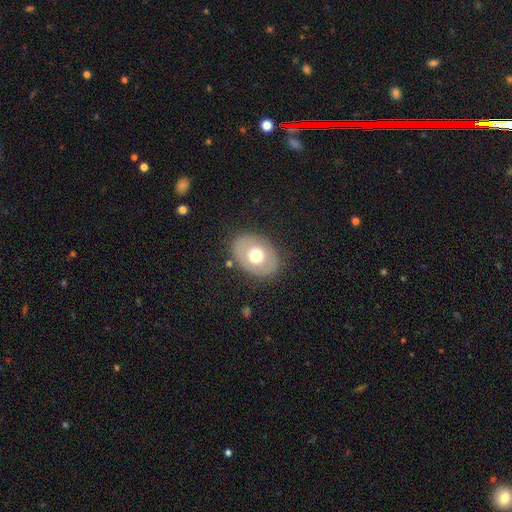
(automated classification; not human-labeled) smooth_or_featured: smooth (p=0.58) [alt: featured or disk p=0.35]
how_rounded: in between (p=0.70) [alt: round p=0.29]
merging: none (p=0.84) [alt: minor disturbance p=0.11]